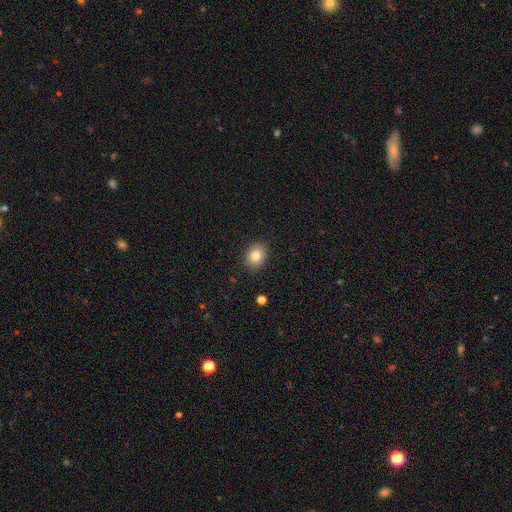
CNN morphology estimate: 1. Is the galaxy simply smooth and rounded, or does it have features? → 80% smooth, 10% featured or disk, 9% star or artifact.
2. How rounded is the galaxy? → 53% in between, 46% round, 1% cigar-shaped.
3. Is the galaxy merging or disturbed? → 88% none, 9% minor disturbance, 2% major disturbance, 1% merger.